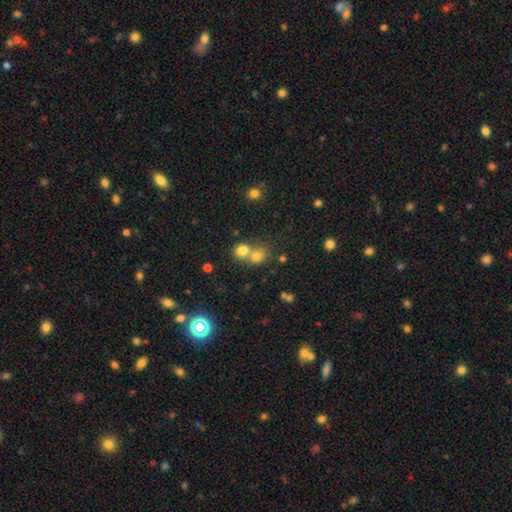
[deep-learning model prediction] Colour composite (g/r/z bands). It shows a smooth galaxy with no disk features (68%) that is round (77%). Merging: merger (50%).